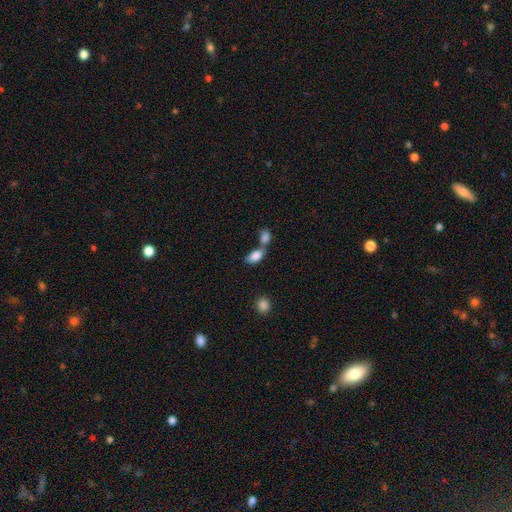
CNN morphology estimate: A smooth galaxy with no disk features (85%) that is in between round and cigar-shaped (91%). Merging: merger (56%).